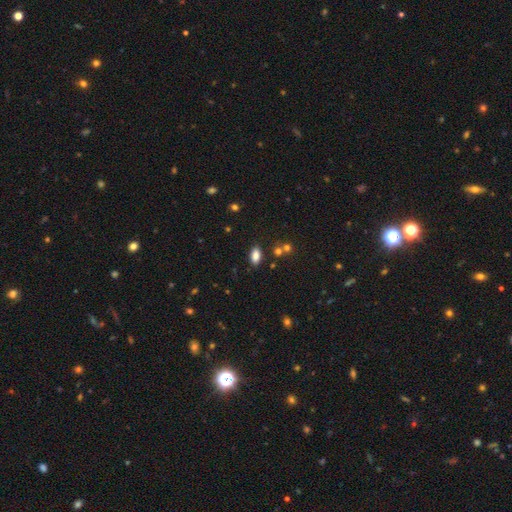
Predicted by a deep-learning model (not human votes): This is clearly a smooth galaxy (84%). How rounded: clearly in between (91%). Merging: clearly none (83%).